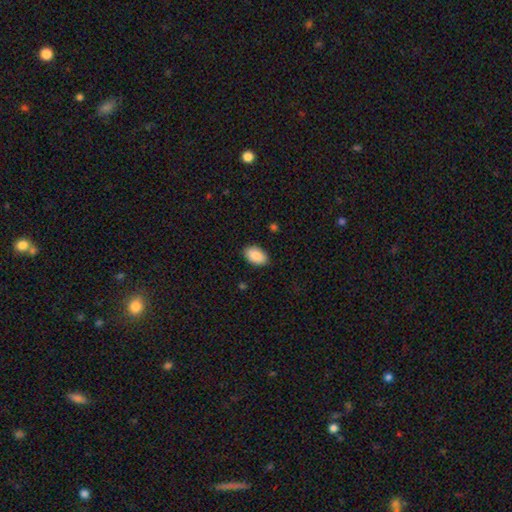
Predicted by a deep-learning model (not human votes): This is clearly a smooth galaxy (89%). How rounded: clearly in between (94%). Merging: clearly none (88%).